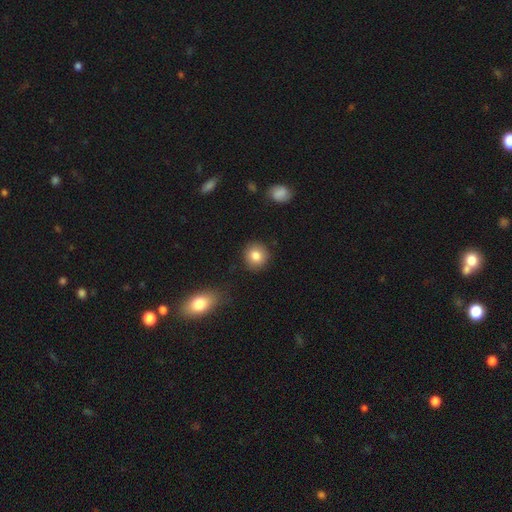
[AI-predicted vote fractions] Smooth or featured? Predicted: smooth (p=0.84). How rounded? Predicted: round (p=0.89). Merging? Predicted: none (p=0.88).